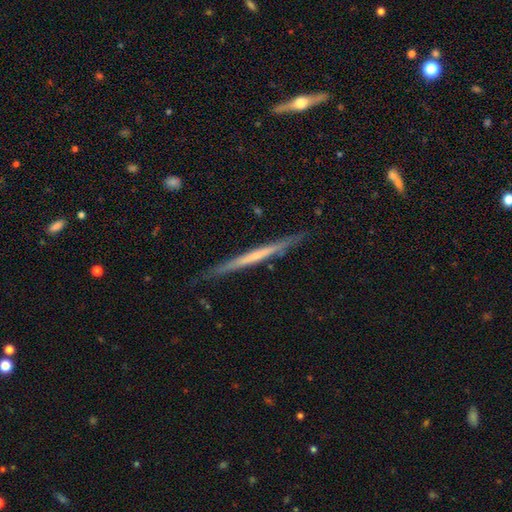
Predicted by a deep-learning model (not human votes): Smooth or featured?
  - featured or disk: 60% *
  - smooth: 35%
  - star or artifact: 5%
Edge-on disk?
  - yes: 97% *
  - no: 3%
Edge-on bulge?
  - none: 82% *
  - rounded: 12%
  - boxy: 6%
Merging?
  - none: 86% *
  - minor disturbance: 11%
  - major disturbance: 2%
  - merger: 1%